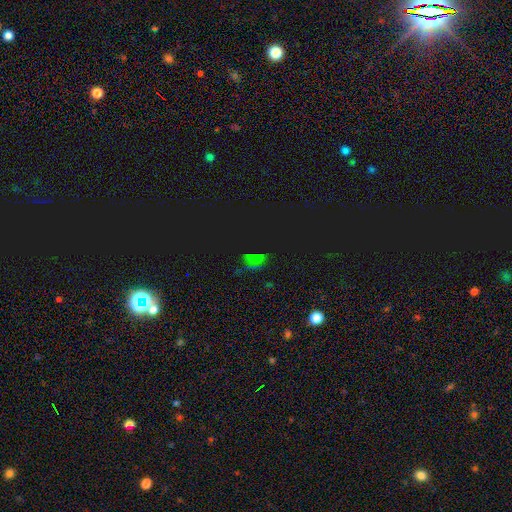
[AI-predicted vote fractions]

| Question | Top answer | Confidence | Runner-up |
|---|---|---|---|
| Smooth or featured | star or artifact | 71% | smooth (19%) |